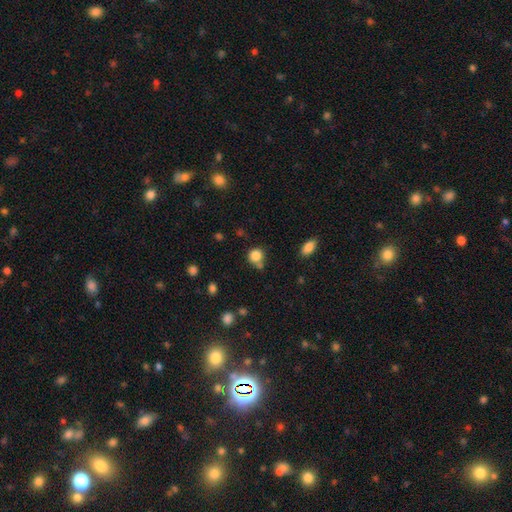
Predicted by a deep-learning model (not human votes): smooth 83%, star or artifact 11%, featured or disk 5%. Down the decision tree: how rounded — round (86%); merging — none (62%).